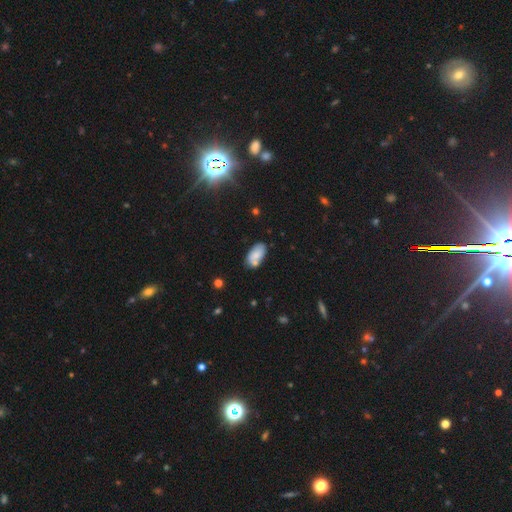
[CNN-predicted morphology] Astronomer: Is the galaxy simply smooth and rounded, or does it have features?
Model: smooth — 73%.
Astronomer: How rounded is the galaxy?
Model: in between — 94%.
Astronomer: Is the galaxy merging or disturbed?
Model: none — 60%.